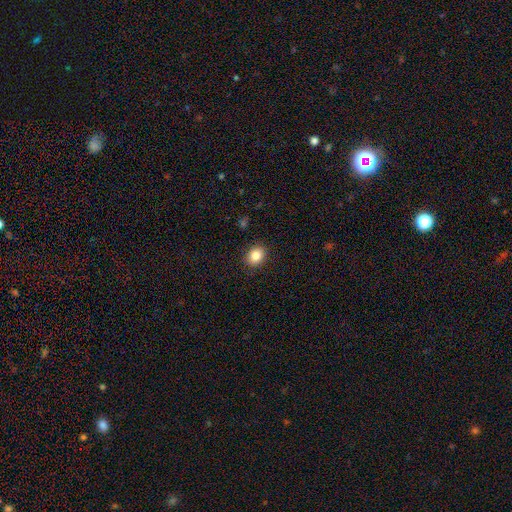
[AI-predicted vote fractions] Morphology: type=smooth (84%); roundness=round (56%); merging=none (89%).